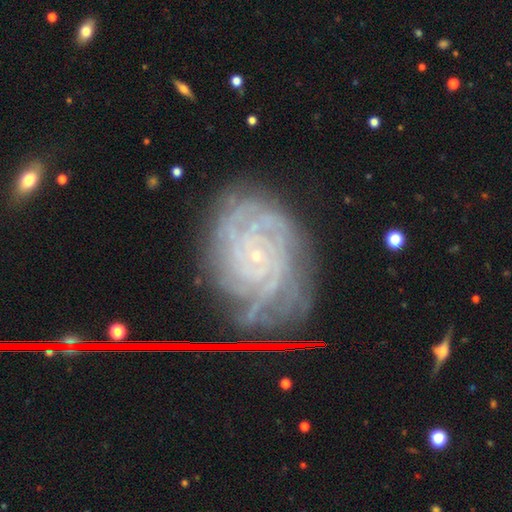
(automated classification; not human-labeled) smooth-or-featured: featured or disk: 87% | star or artifact: 8% | smooth: 5%
  disk-edge-on: no: 97% | yes: 3%
    bar: no: 79% | weak: 15% | strong: 6%
    has-spiral-arms: yes: 98% | no: 2%
      spiral-winding: tight: 82% | medium: 15% | loose: 3%
      spiral-arm-count: more than 4: 24% | 4: 23% | can't tell: 22% | 3: 13% | 2: 11% | 1: 8%
    bulge-size: small: 89% | moderate: 7% | none: 2% | large: 1% | dominant: 1%
  merging: none: 71% | minor disturbance: 19% | major disturbance: 7% | merger: 3%